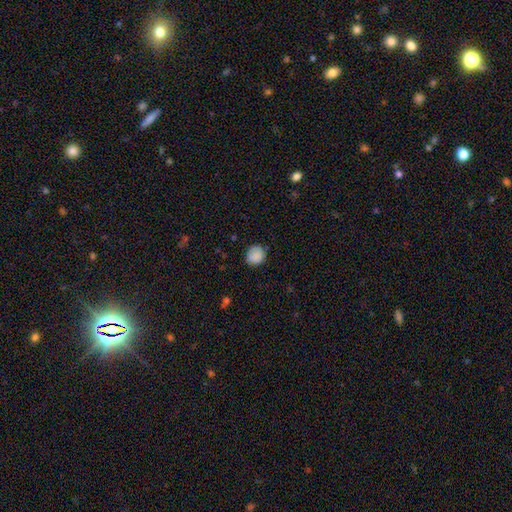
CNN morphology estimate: Smooth or featured?
  - smooth: 87% *
  - star or artifact: 8%
  - featured or disk: 4%
How rounded?
  - round: 84% *
  - in between: 15%
  - cigar-shaped: 1%
Merging?
  - none: 80% *
  - minor disturbance: 15%
  - major disturbance: 3%
  - merger: 1%